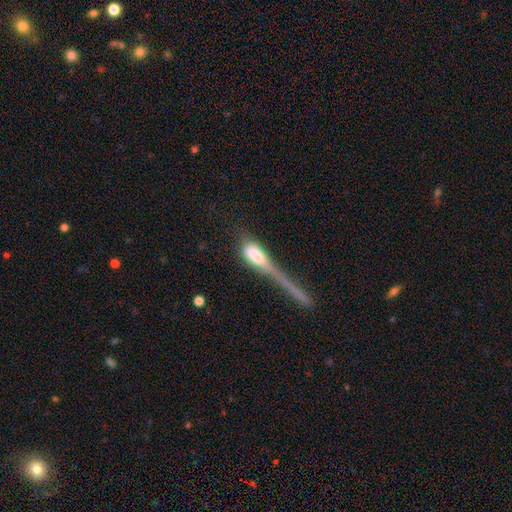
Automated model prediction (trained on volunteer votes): smooth_or_featured: smooth (p=0.62) [alt: featured or disk p=0.27]
how_rounded: in between (p=0.59) [alt: cigar-shaped p=0.33]
merging: major disturbance (p=0.35) [alt: none p=0.24]